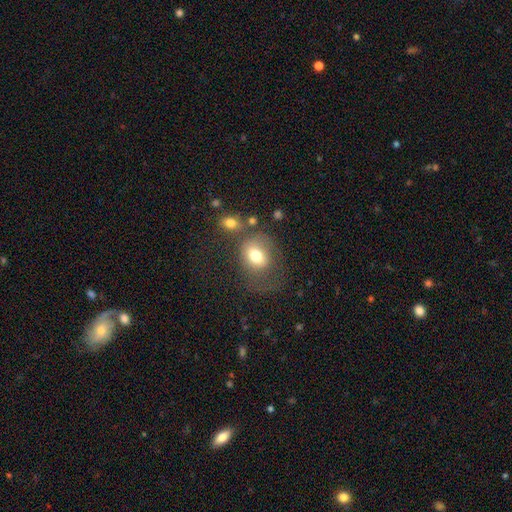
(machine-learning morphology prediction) Smooth or featured? Predicted: smooth (p=0.72). How rounded? Predicted: in between (p=0.50). Merging? Predicted: none (p=0.37).